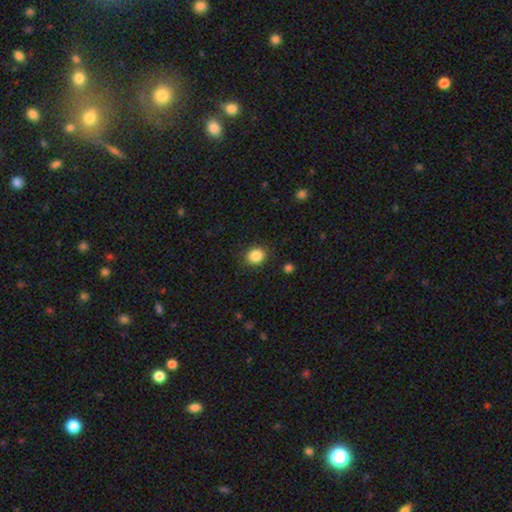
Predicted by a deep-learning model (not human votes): Morphology: type=smooth (86%); roundness=round (72%); merging=none (88%).